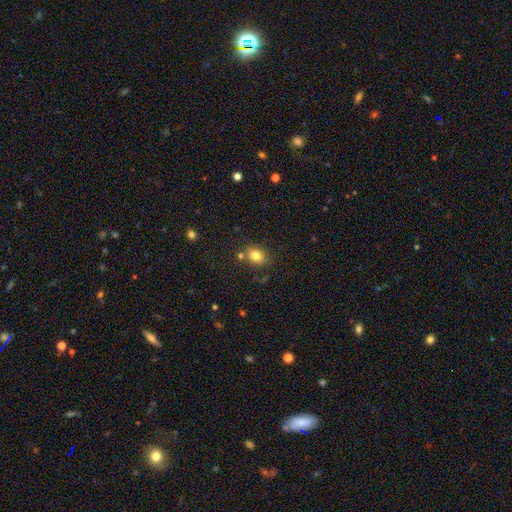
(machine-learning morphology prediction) This appears to be a smooth galaxy with no disk features (80%) that is in between round and cigar-shaped (51%). Merging: none (73%).